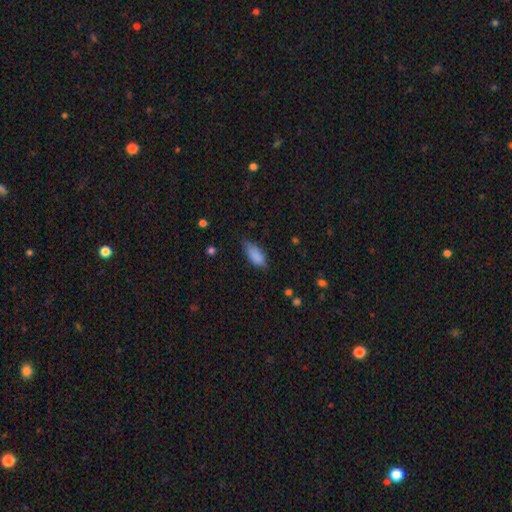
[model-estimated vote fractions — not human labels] Morphology: type=smooth (87%); roundness=in between (85%); merging=none (67%).